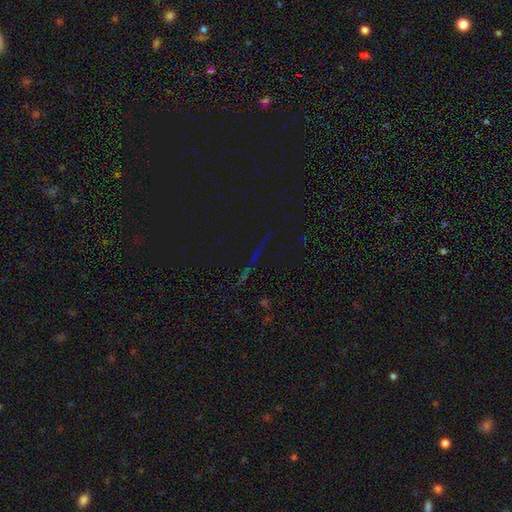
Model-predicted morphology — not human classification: star or artifact 75%, smooth 13%, featured or disk 13%.